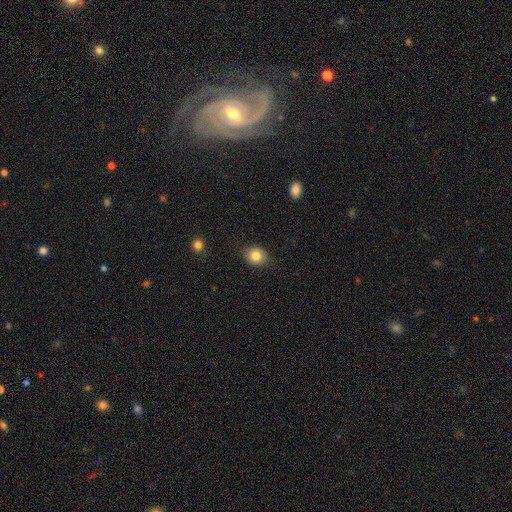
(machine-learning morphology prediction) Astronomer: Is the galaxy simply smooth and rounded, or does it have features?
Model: smooth — 82%.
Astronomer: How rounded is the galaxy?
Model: round — 56% (runner-up: in between, 43%).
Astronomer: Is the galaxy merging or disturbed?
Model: none — 80%.